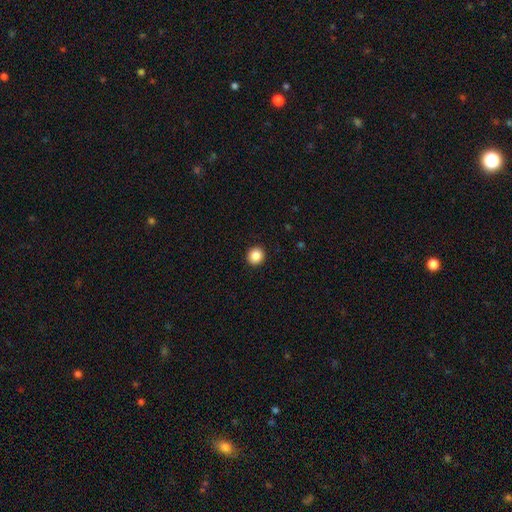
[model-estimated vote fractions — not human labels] smooth-or-featured: smooth: 87% | star or artifact: 9% | featured or disk: 3%
  how-rounded: round: 90% | in between: 9% | cigar-shaped: 1%
  merging: none: 93% | minor disturbance: 5% | major disturbance: 2% | merger: 1%